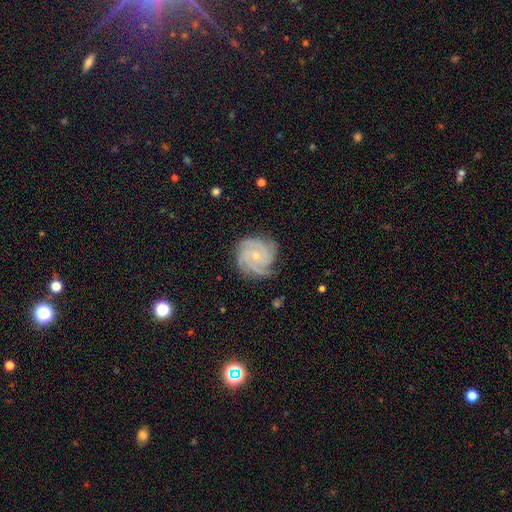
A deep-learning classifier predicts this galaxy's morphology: Q: Smooth or featured?
A: featured or disk (88%); runner-up: smooth (7%)
Q: Edge-on disk?
A: no (98%); runner-up: yes (2%)
Q: Bar?
A: no (78%); runner-up: weak (18%)
Q: Spiral arms?
A: yes (98%); runner-up: no (2%)
Q: Spiral winding?
A: tight (70%); runner-up: medium (27%)
Q: Spiral arm count?
A: 3 (39%); runner-up: 4 (32%)
Q: Bulge size?
A: small (68%); runner-up: moderate (29%)
Q: Merging?
A: none (77%); runner-up: minor disturbance (17%)